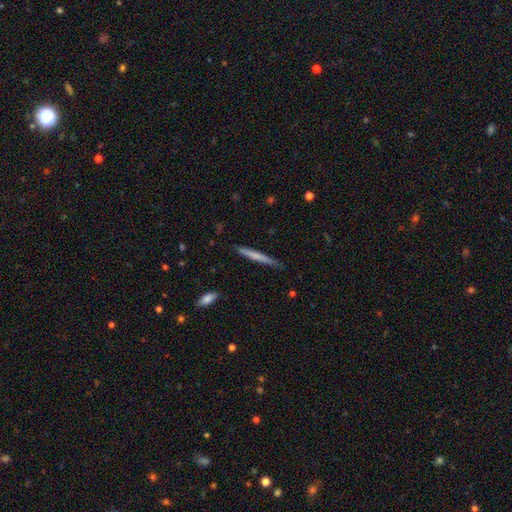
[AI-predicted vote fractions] Overall: smooth (63%; featured or disk 32%). How rounded: cigar-shaped (96%). Merging: none (85%).